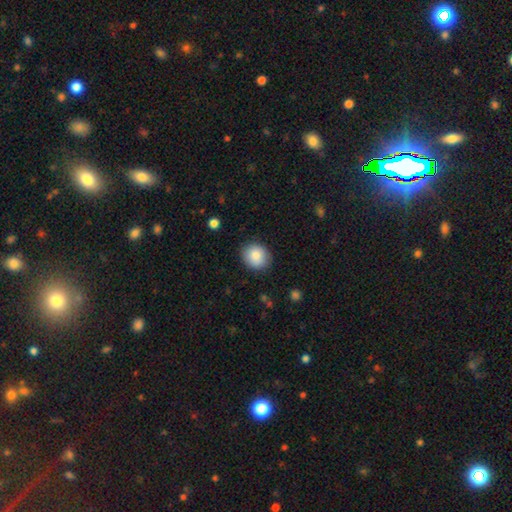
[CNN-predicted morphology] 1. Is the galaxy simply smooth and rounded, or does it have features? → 84% smooth, 8% star or artifact, 8% featured or disk.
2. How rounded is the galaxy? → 75% round, 24% in between, 1% cigar-shaped.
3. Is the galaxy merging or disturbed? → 87% none, 9% minor disturbance, 2% major disturbance, 1% merger.